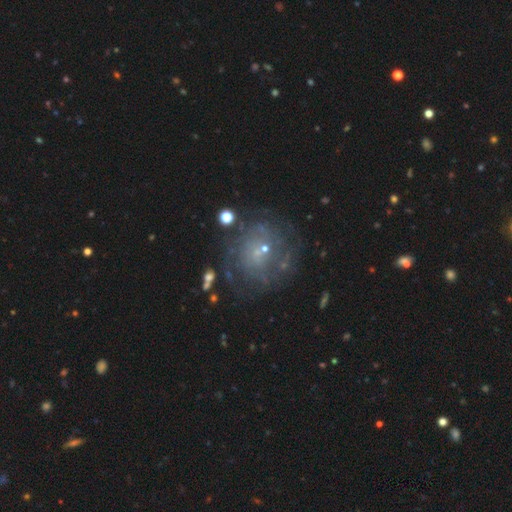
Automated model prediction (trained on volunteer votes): Overall: featured or disk (59%; smooth 22%). Edge-on disk: no (97%). Bar: no (67%). Spiral arms: yes (71%). Bulge size: small (76%). Merging: none (72%).